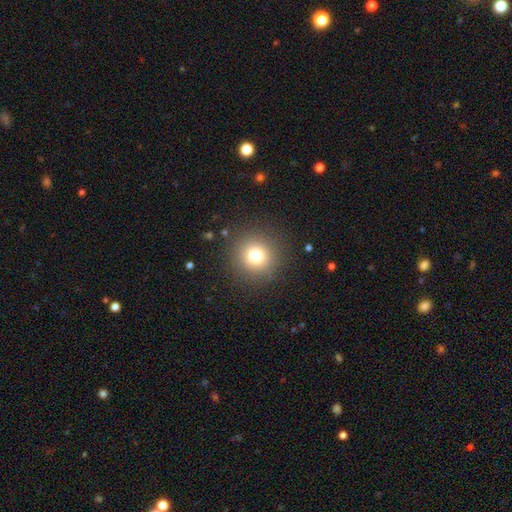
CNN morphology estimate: A smooth galaxy with no disk features (74%) that is round (95%). Merging: none (88%).